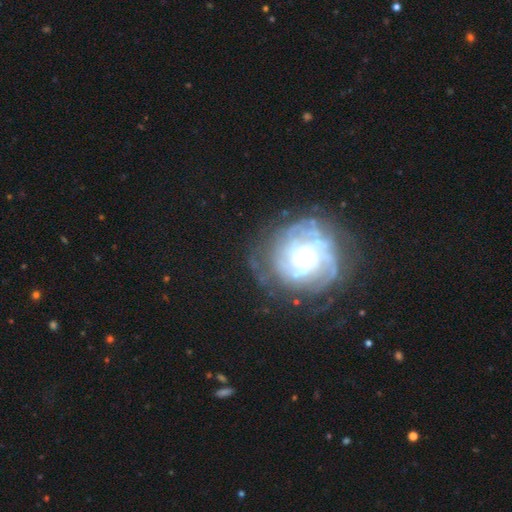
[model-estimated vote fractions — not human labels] A featured or disk galaxy (70%) with no bar (66%), tight (74%) spiral arms (85%) and a moderate central bulge (56%). Merging: none (77%).